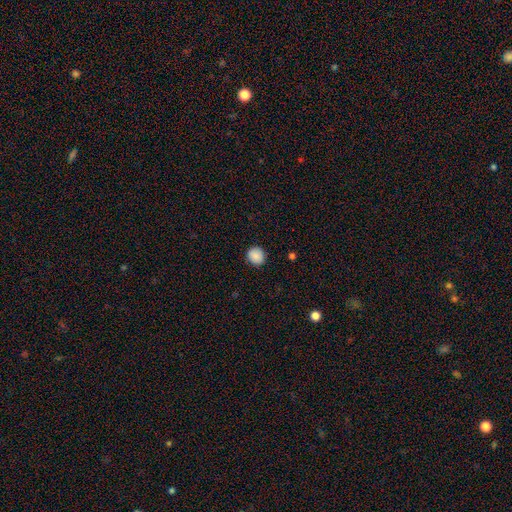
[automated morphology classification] Overall: smooth (89%). How rounded: round (84%). Merging: none (89%).